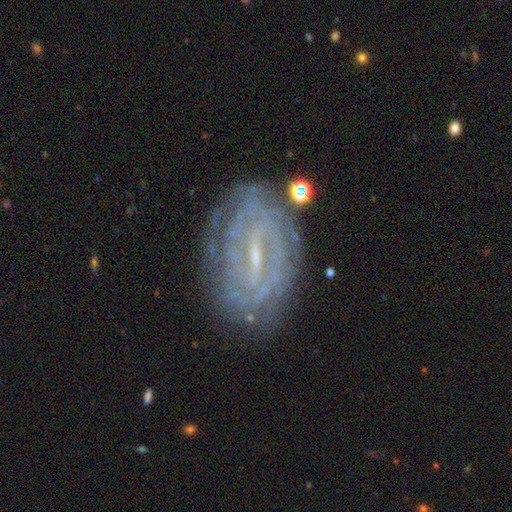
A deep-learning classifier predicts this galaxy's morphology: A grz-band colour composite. It shows a featured or disk galaxy (83%) with a strong bar (49%), tight (78%) spiral arms (92%) and a small central bulge (73%). Merging: none (78%).